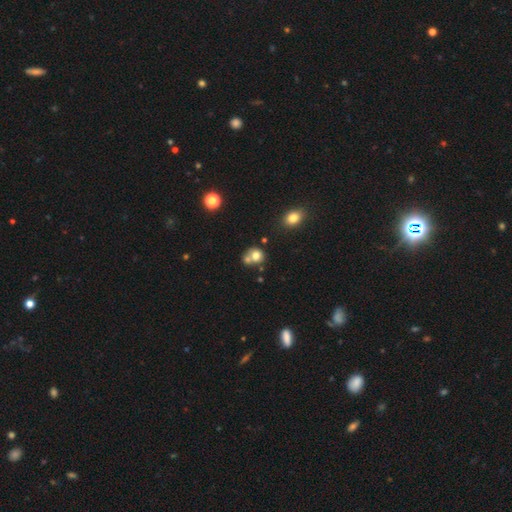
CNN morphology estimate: smooth_or_featured: smooth (p=0.73) [alt: featured or disk p=0.15]
how_rounded: round (p=0.75) [alt: in between p=0.24]
merging: merger (p=0.46) [alt: none p=0.39]